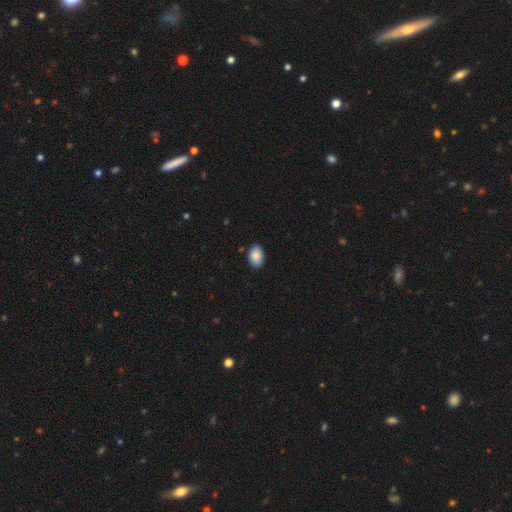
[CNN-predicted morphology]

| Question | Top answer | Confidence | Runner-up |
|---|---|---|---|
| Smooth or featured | smooth | 89% | star or artifact (7%) |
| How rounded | in between | 86% | round (13%) |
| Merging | none | 86% | minor disturbance (11%) |